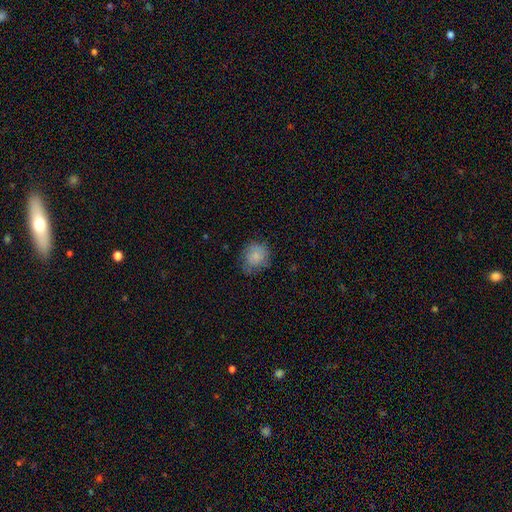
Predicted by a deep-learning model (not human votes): Q: Smooth or featured?
A: smooth (79%); runner-up: featured or disk (13%)
Q: How rounded?
A: round (76%); runner-up: in between (23%)
Q: Merging?
A: none (63%); runner-up: minor disturbance (27%)